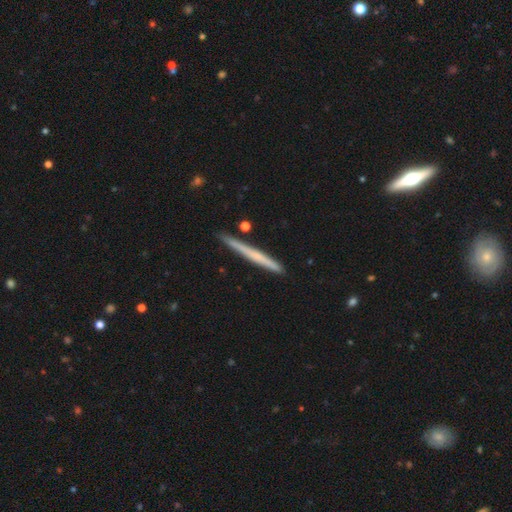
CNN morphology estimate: This is possibly a smooth galaxy (51%). How rounded: clearly cigar-shaped (97%). Merging: clearly none (89%).